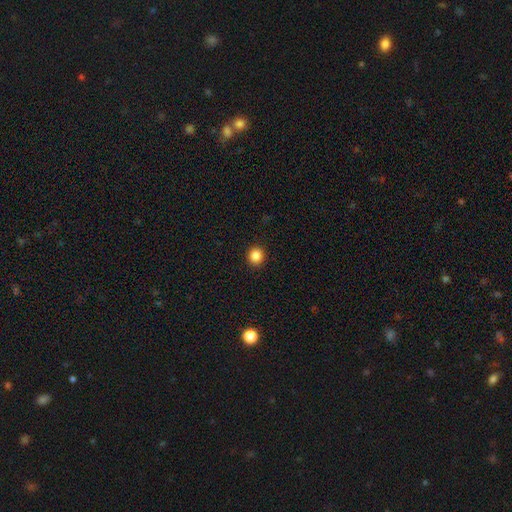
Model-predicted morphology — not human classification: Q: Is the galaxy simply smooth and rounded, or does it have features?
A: smooth — 86%.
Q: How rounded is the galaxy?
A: round — 90%.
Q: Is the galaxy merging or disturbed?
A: none — 92%.